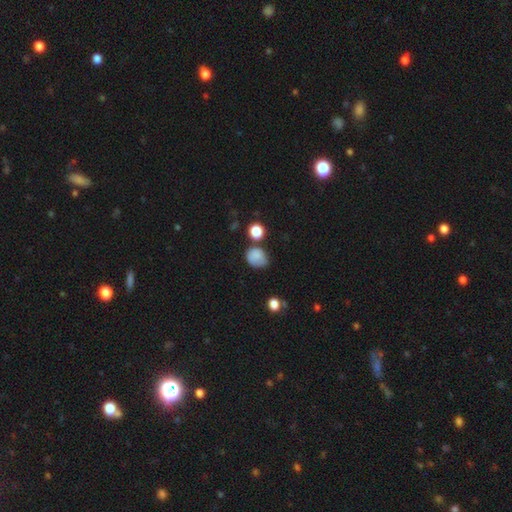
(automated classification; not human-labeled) Smooth or featured? Predicted: smooth (p=0.81). How rounded? Predicted: round (p=0.56). Merging? Predicted: none (p=0.50).